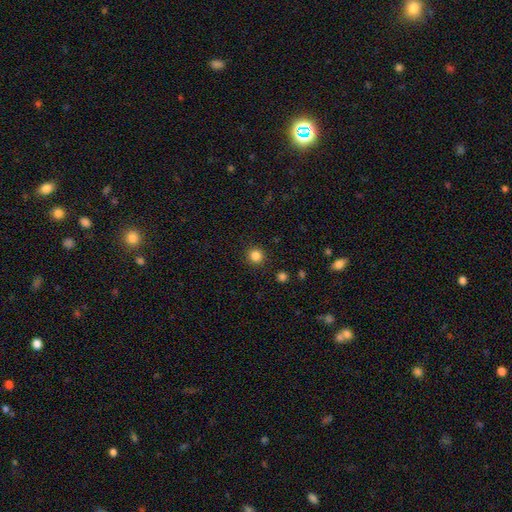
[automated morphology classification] type=smooth (84%); roundness=round (92%); merging=none (91%).